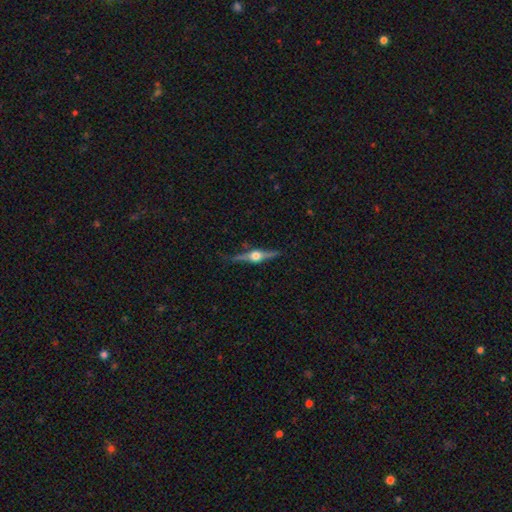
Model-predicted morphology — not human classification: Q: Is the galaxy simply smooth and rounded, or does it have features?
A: featured or disk — 84%.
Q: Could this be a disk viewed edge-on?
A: yes — 98%.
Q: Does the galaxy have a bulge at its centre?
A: rounded — 96%.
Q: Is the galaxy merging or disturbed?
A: none — 86%.